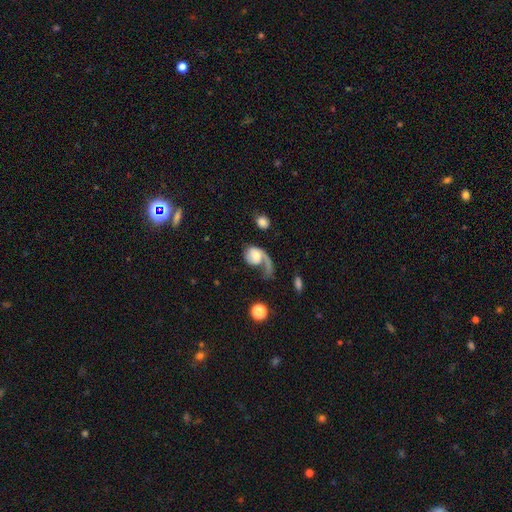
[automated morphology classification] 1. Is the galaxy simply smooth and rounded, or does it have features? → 63% featured or disk, 30% smooth, 7% star or artifact.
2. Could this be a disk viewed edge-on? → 97% no, 3% yes.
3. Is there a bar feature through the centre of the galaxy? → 73% no, 22% weak, 5% strong.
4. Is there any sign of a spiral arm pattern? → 87% yes, 13% no.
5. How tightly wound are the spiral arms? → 62% loose, 25% medium, 12% tight.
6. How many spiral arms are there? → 86% 1, 8% 2, 3% can't tell, 1% 3, 1% more than 4, 1% 4.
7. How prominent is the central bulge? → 37% moderate, 34% small, 13% large, 12% none, 5% dominant.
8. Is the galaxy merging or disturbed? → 47% major disturbance, 30% none, 15% minor disturbance, 8% merger.